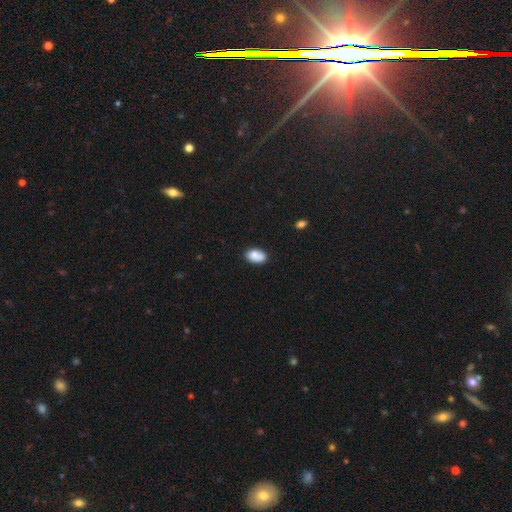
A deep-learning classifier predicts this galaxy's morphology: Smooth or featured? smooth (84%)
How rounded? in between (90%)
Merging? none (70%)